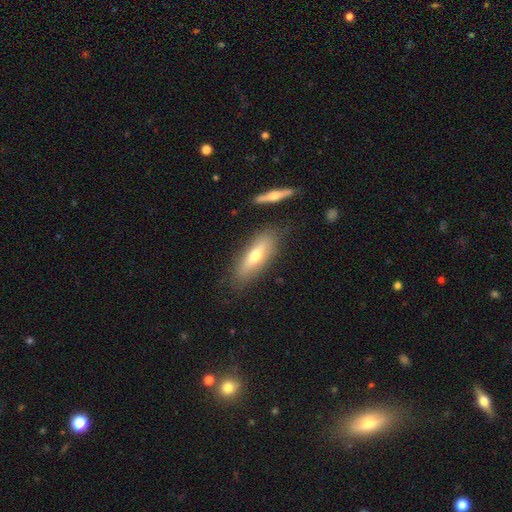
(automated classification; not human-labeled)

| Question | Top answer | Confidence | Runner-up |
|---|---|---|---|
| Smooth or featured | smooth | 57% | featured or disk (36%) |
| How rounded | in between | 50% | cigar-shaped (47%) |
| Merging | none | 76% | minor disturbance (14%) |